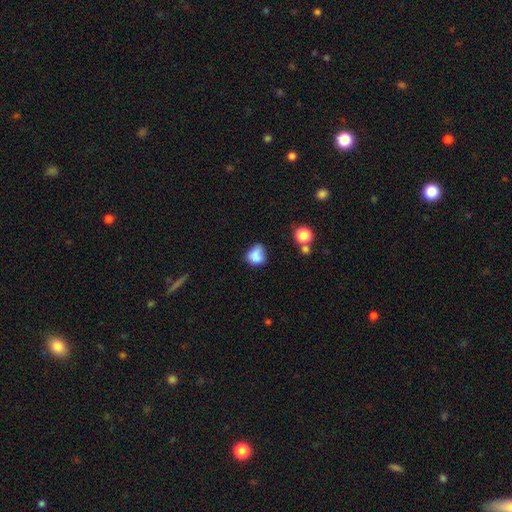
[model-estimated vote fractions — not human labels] This is likely a smooth galaxy (77%). How rounded: possibly round (55%). Merging: marginally none (42%).